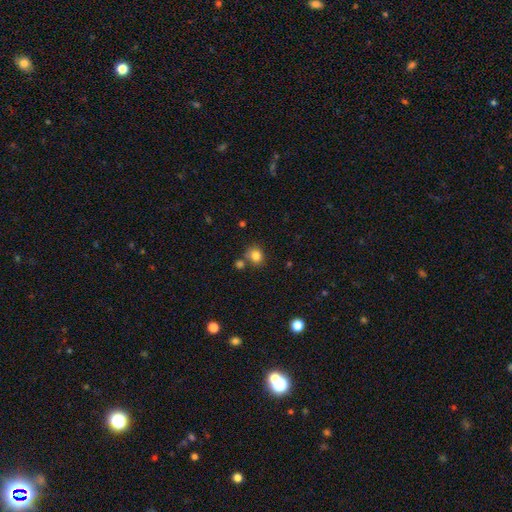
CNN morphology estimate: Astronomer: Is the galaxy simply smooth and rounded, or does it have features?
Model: smooth — 82%.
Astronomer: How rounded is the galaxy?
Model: round — 74%.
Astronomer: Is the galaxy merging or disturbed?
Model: none — 70%.